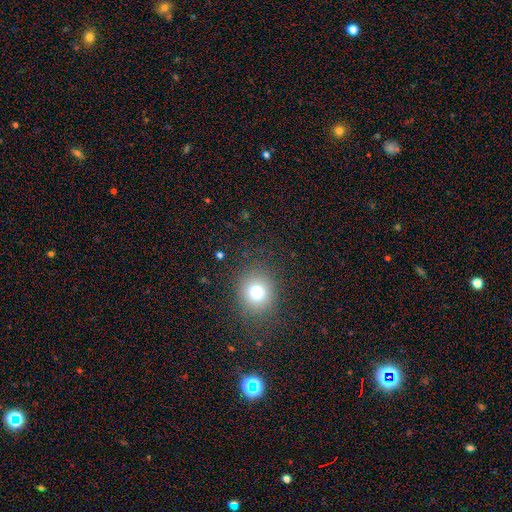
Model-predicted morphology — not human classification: This is likely a smooth galaxy (68%). How rounded: likely round (75%). Merging: clearly none (90%).